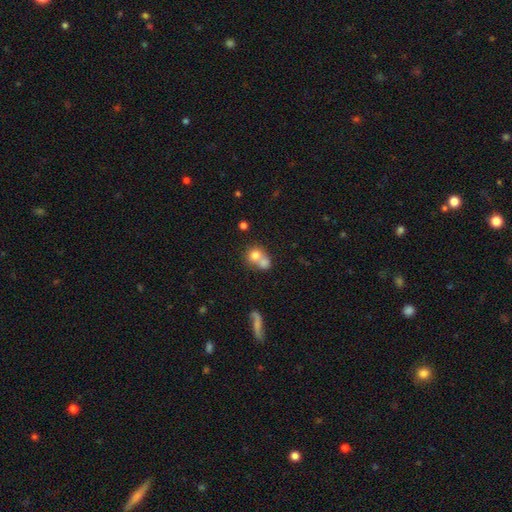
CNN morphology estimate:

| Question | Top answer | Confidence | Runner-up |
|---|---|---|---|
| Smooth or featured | smooth | 74% | featured or disk (16%) |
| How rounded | round | 72% | in between (27%) |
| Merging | merger | 61% | none (28%) |